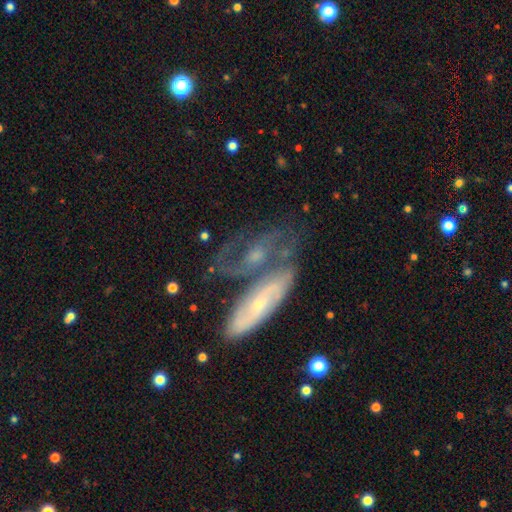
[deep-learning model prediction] smooth_or_featured: featured or disk (p=0.68) [alt: smooth p=0.23]
disk_edge_on: no (p=0.83) [alt: yes p=0.17]
bar: no (p=0.59) [alt: weak p=0.30]
has_spiral_arms: yes (p=0.74) [alt: no p=0.26]
bulge_size: small (p=0.59) [alt: moderate p=0.32]
merging: merger (p=0.45) [alt: none p=0.30]